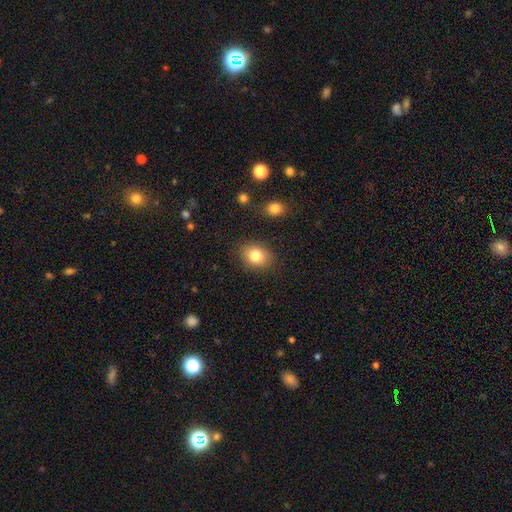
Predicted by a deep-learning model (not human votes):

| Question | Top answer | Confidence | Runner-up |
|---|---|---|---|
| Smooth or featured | smooth | 81% | star or artifact (10%) |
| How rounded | in between | 50% | round (49%) |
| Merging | none | 84% | minor disturbance (11%) |